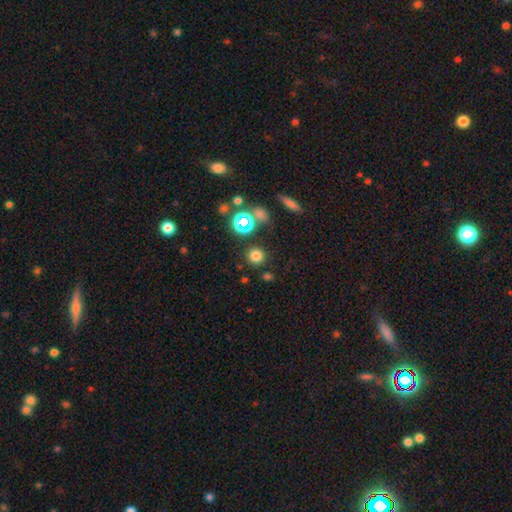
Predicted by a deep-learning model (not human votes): Q: Smooth or featured?
A: smooth (73%); runner-up: star or artifact (21%)
Q: How rounded?
A: round (92%); runner-up: in between (7%)
Q: Merging?
A: none (86%); runner-up: minor disturbance (7%)